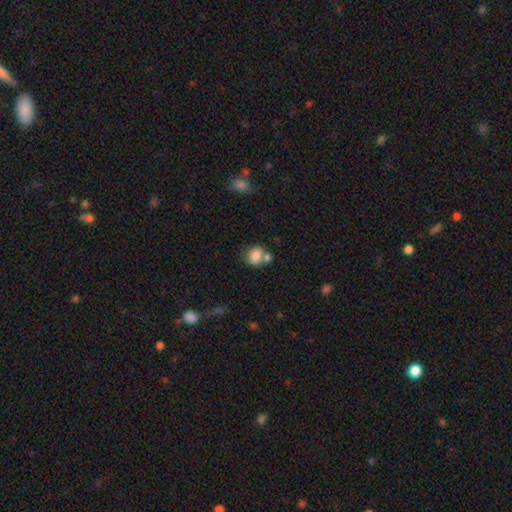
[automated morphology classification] Smooth or featured?
  - smooth: 81% *
  - featured or disk: 10%
  - star or artifact: 9%
How rounded?
  - round: 59% *
  - in between: 40%
  - cigar-shaped: 1%
Merging?
  - none: 48% *
  - merger: 34%
  - minor disturbance: 14%
  - major disturbance: 5%